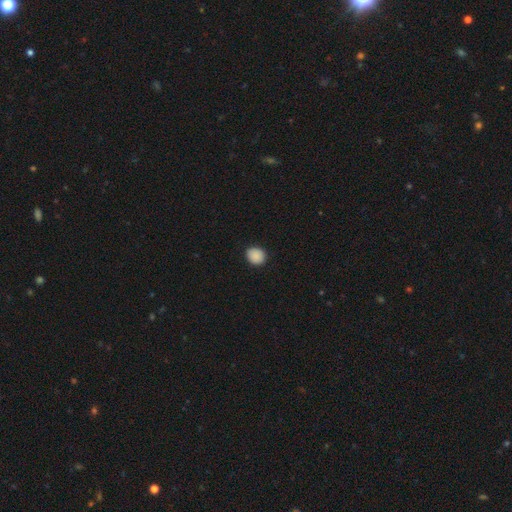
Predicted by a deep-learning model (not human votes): Smooth or featured? smooth (89%)
How rounded? round (69%)
Merging? none (89%)